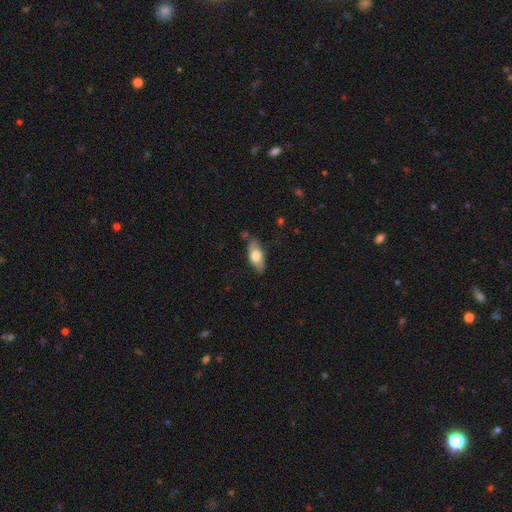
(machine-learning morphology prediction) The model was most divided on "smooth or featured": smooth: 65%, featured or disk: 29%, star or artifact: 6%. More confident: how rounded — in between (80%); merging — none (78%).